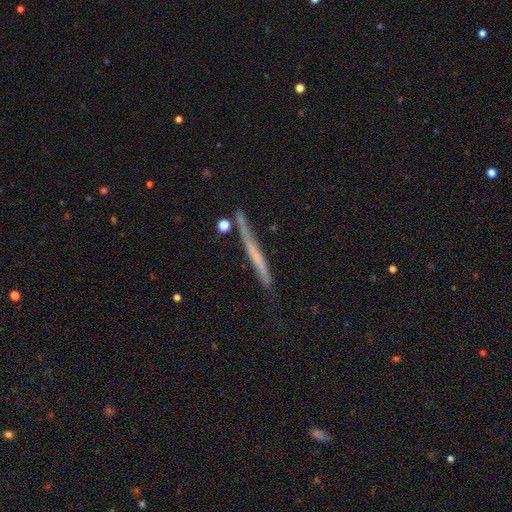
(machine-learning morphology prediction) The model was most divided on "smooth or featured": featured or disk: 52%, smooth: 41%, star or artifact: 7%. More confident: edge-on disk — yes (94%); merging — none (75%).